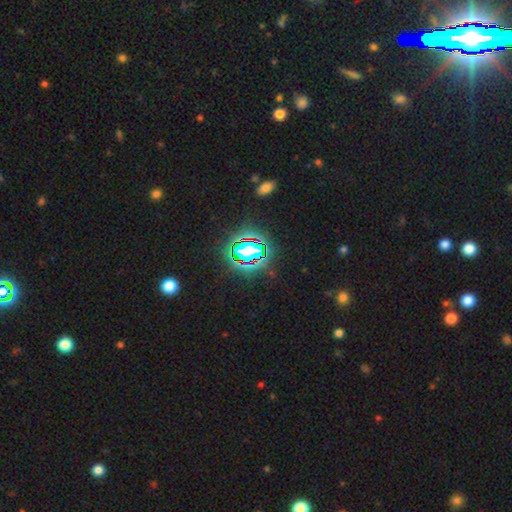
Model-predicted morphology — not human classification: type=star or artifact (73%).